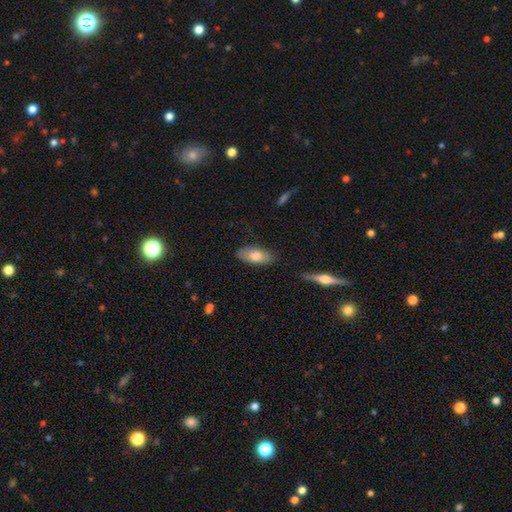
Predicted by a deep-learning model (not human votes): Smooth or featured?
  - smooth: 74% *
  - featured or disk: 19%
  - star or artifact: 6%
How rounded?
  - in between: 86% *
  - cigar-shaped: 11%
  - round: 3%
Merging?
  - none: 80% *
  - minor disturbance: 15%
  - major disturbance: 3%
  - merger: 2%